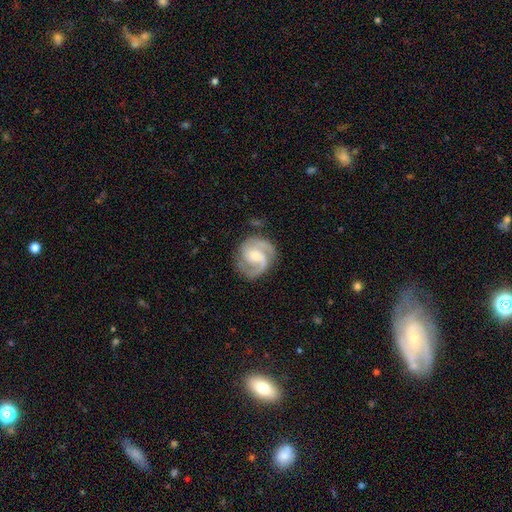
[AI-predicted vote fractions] Smooth or featured?
  - featured or disk: 90% *
  - smooth: 6%
  - star or artifact: 4%
Edge-on disk?
  - no: 98% *
  - yes: 2%
Bar?
  - no: 51% *
  - weak: 40%
  - strong: 10%
Spiral arms?
  - yes: 98% *
  - no: 2%
Spiral winding?
  - medium: 54% *
  - tight: 34%
  - loose: 12%
Spiral arm count?
  - 2: 72% *
  - 3: 17%
  - can't tell: 4%
  - 1: 3%
  - 4: 2%
  - more than 4: 2%
Bulge size?
  - small: 49% *
  - moderate: 46%
  - large: 2%
  - none: 1%
  - dominant: 1%
Merging?
  - none: 77% *
  - minor disturbance: 15%
  - major disturbance: 6%
  - merger: 2%